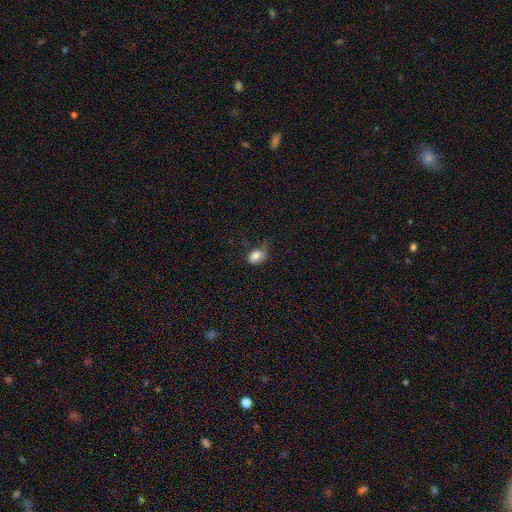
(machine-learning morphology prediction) type=smooth (80%); roundness=in between (70%); merging=minor disturbance (37%).